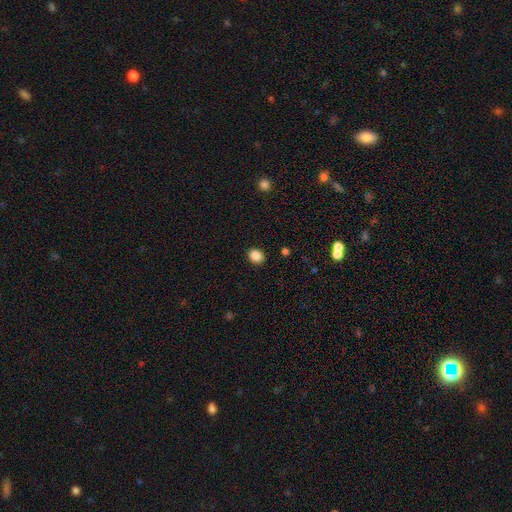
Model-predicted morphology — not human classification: Q: Smooth or featured?
A: smooth (87%); runner-up: star or artifact (10%)
Q: How rounded?
A: round (60%); runner-up: in between (39%)
Q: Merging?
A: none (90%); runner-up: minor disturbance (7%)